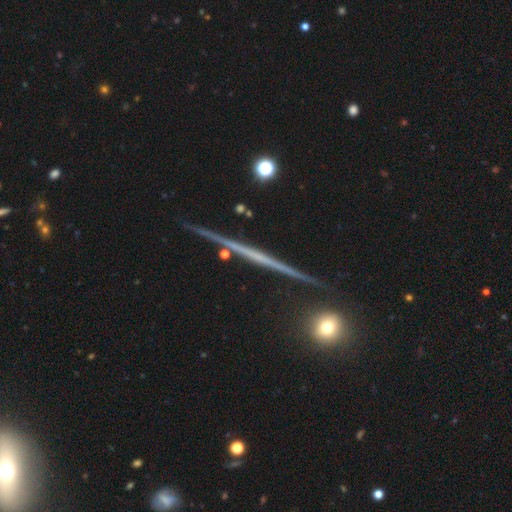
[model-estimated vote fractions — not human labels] smooth_or_featured: featured or disk (p=0.76) [alt: smooth p=0.17]
disk_edge_on: yes (p=0.98) [alt: no p=0.02]
edge_on_bulge: none (p=0.85) [alt: rounded p=0.10]
merging: none (p=0.89) [alt: minor disturbance p=0.07]